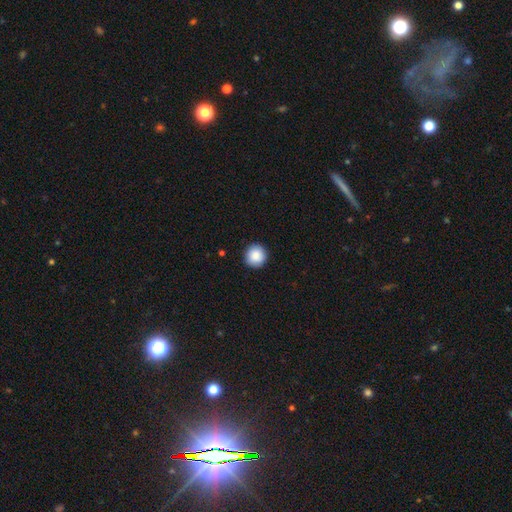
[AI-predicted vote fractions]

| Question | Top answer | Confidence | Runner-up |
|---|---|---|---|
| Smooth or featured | smooth | 88% | star or artifact (8%) |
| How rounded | round | 95% | in between (4%) |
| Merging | none | 92% | minor disturbance (5%) |